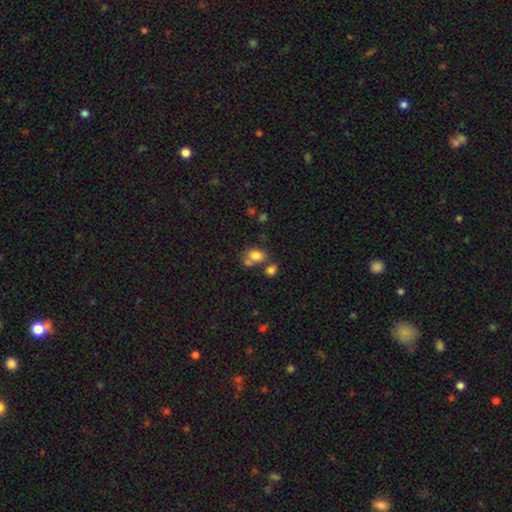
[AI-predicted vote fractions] smooth_or_featured: smooth (p=0.78) [alt: featured or disk p=0.11]
how_rounded: in between (p=0.68) [alt: round p=0.30]
merging: none (p=0.45) [alt: merger p=0.35]